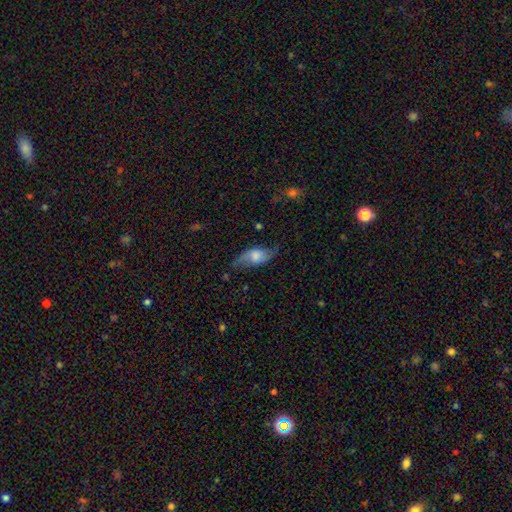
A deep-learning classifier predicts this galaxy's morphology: The model was most divided on "smooth or featured": featured or disk: 50%, smooth: 42%, star or artifact: 8%. More confident: edge-on disk — no (86%); merging — none (63%).